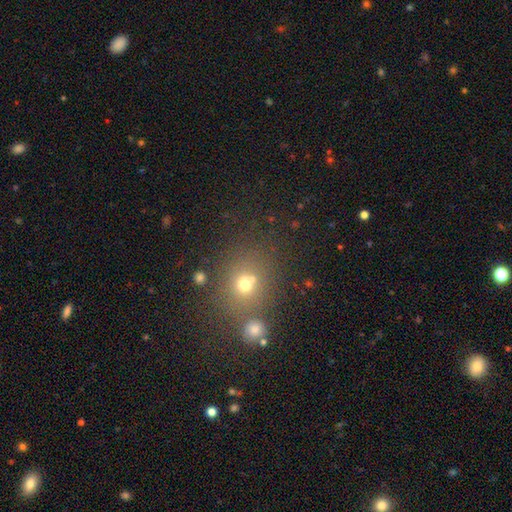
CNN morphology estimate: Smooth or featured? smooth (57%)
How rounded? round (79%)
Merging? none (71%)